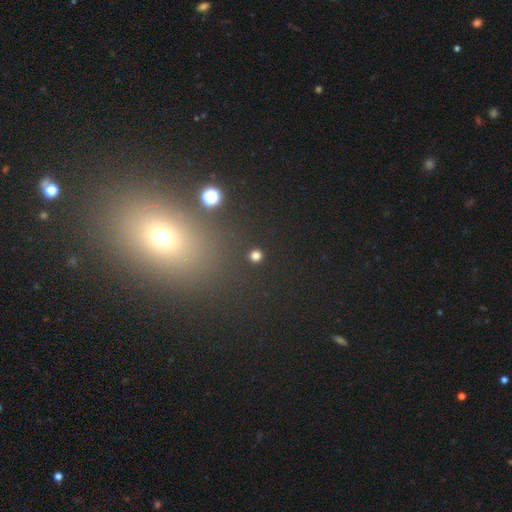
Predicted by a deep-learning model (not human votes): The model was most divided on "smooth or featured": smooth: 76%, star or artifact: 19%, featured or disk: 4%. More confident: merging — none (91%); how rounded — round (90%).